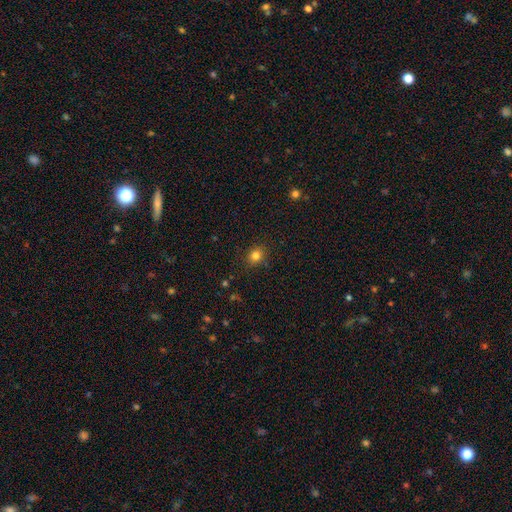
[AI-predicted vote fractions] This is clearly a smooth galaxy (81%). How rounded: likely round (71%). Merging: clearly none (86%).